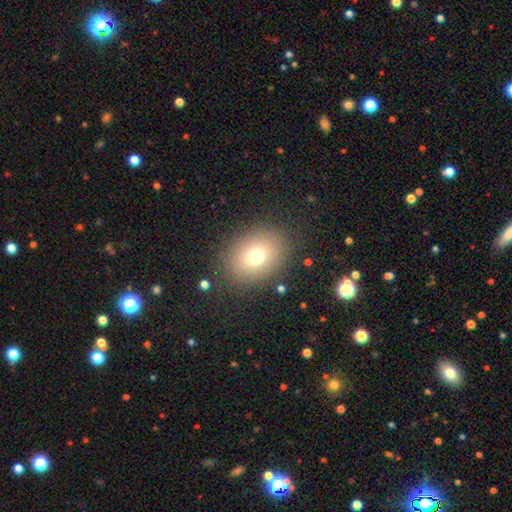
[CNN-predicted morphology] Smooth or featured: smooth — 73% (star or artifact — 15%)
How rounded: in between — 53% (round — 46%)
Merging: none — 84% (minor disturbance — 9%)